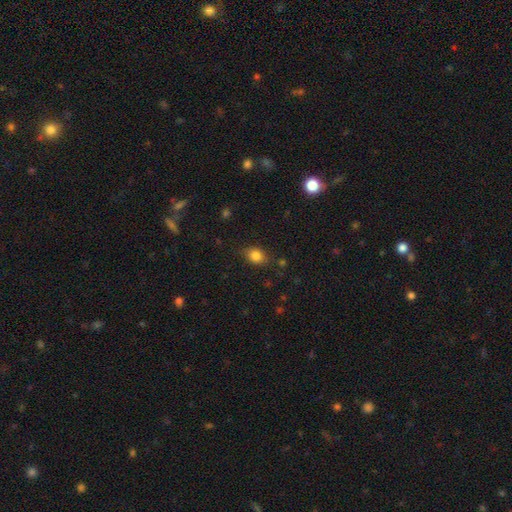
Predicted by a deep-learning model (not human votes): This is clearly a smooth galaxy (83%). How rounded: possibly in between (59%). Merging: likely none (77%).